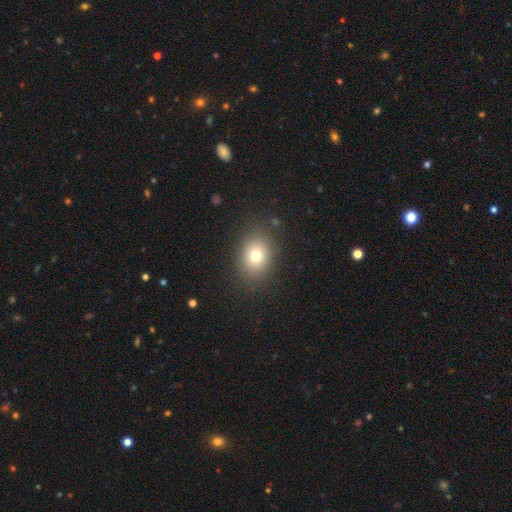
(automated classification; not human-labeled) smooth 76%, star or artifact 13%, featured or disk 11%. Down the decision tree: how rounded — in between (51%); merging — none (86%).